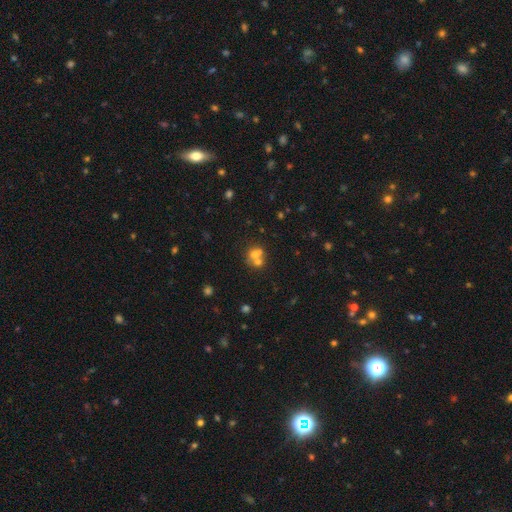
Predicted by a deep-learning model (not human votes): smooth-or-featured: smooth: 60% | featured or disk: 24% | star or artifact: 16%
  how-rounded: round: 70% | in between: 29% | cigar-shaped: 1%
  merging: merger: 56% | none: 33% | minor disturbance: 7% | major disturbance: 4%